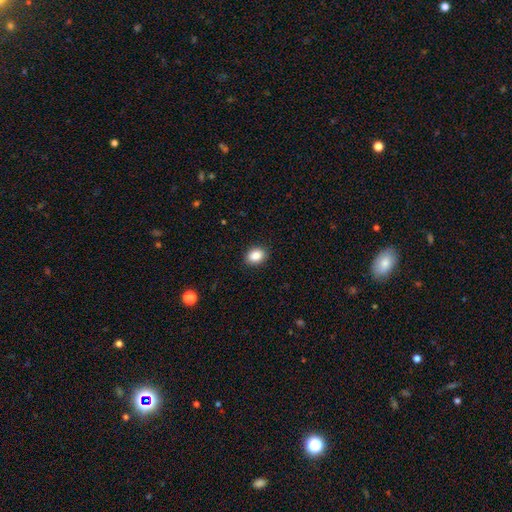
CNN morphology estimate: This is clearly a smooth galaxy (88%). How rounded: likely in between (63%). Merging: clearly none (89%).